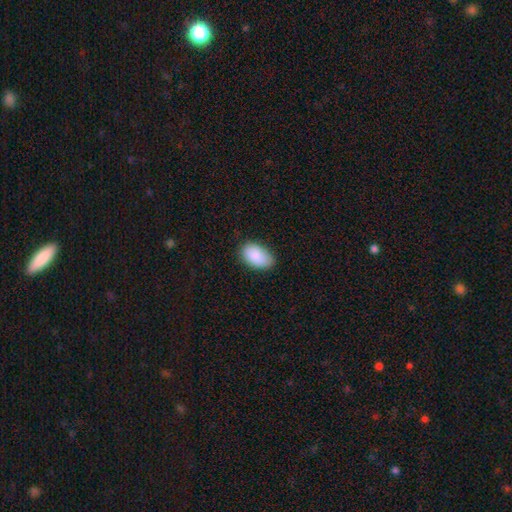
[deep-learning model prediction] Morphology: type=smooth (88%); roundness=in between (93%); merging=none (78%).